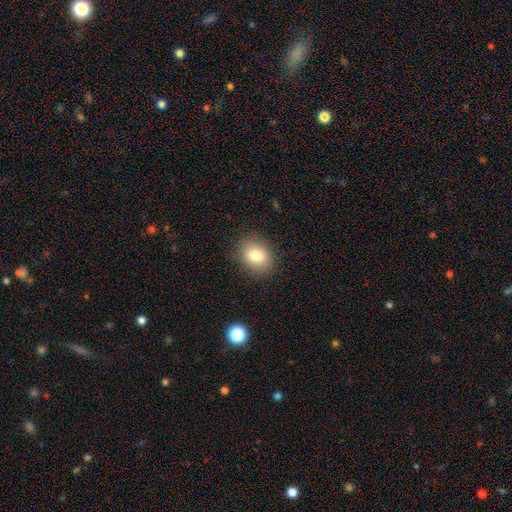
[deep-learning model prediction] This appears to be a smooth galaxy with no disk features (80%) that is in between round and cigar-shaped (55%). Merging: none (87%).